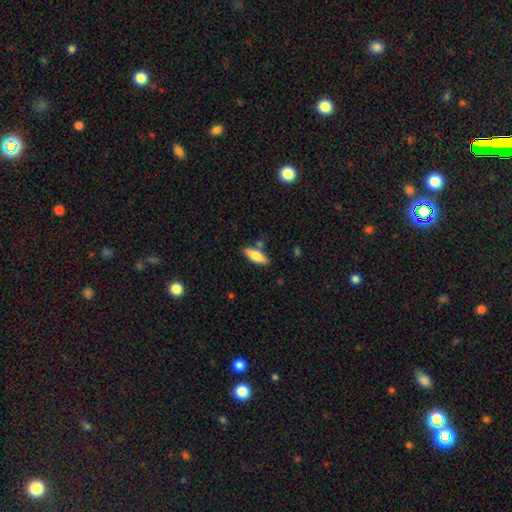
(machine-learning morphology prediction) Smooth or featured? smooth (71%)
How rounded? in between (59%)
Merging? none (77%)